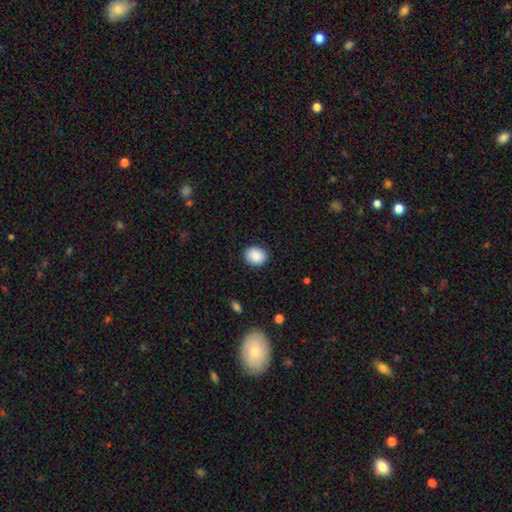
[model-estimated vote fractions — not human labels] This is clearly a smooth galaxy (89%). How rounded: possibly round (58%). Merging: clearly none (88%).